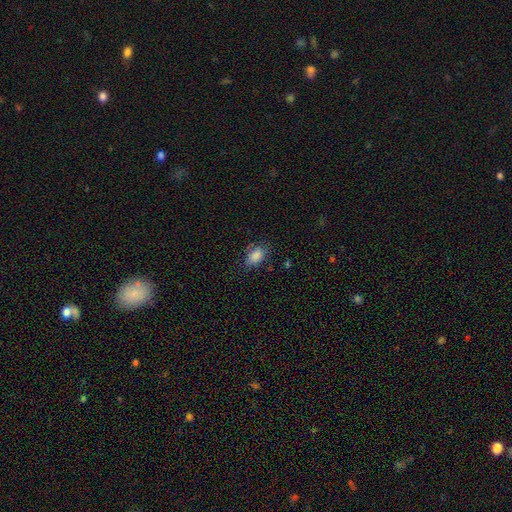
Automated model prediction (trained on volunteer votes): The model was most divided on "merging": none: 71%, minor disturbance: 21%, major disturbance: 6%, merger: 2%. More confident: how rounded — in between (87%); smooth or featured — smooth (85%).